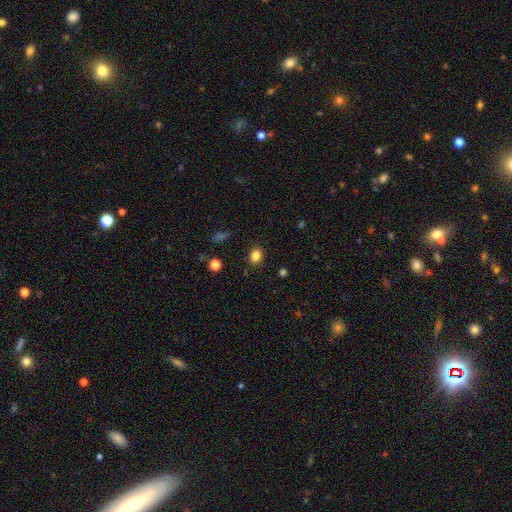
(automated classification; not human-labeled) Smooth or featured? smooth (84%)
How rounded? in between (63%)
Merging? none (86%)